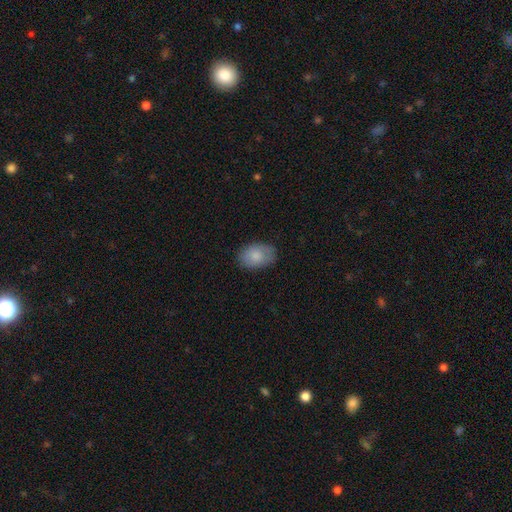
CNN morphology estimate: type=smooth (82%); roundness=in between (83%); merging=none (78%).